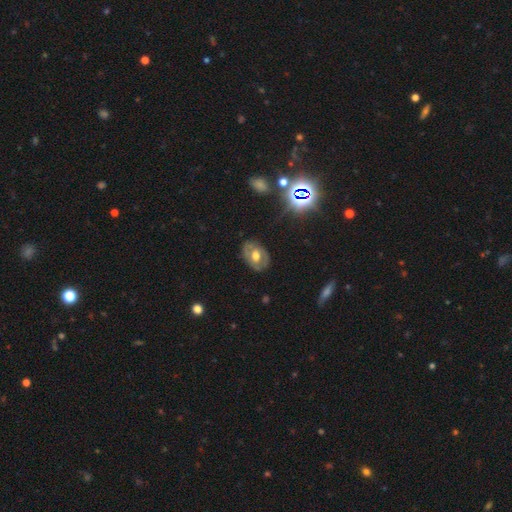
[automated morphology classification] Smooth or featured? Predicted: featured or disk (p=0.52). Edge-on disk? Predicted: no (p=0.93). Merging? Predicted: none (p=0.77).